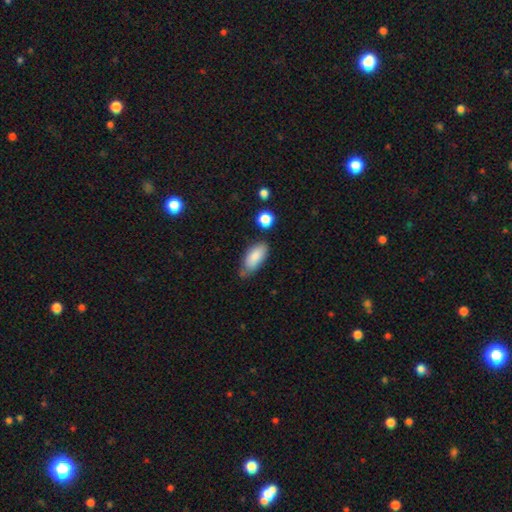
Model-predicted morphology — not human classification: smooth-or-featured: smooth: 84% | featured or disk: 9% | star or artifact: 7%
  how-rounded: in between: 87% | cigar-shaped: 11% | round: 2%
  merging: none: 59% | minor disturbance: 28% | merger: 7% | major disturbance: 6%